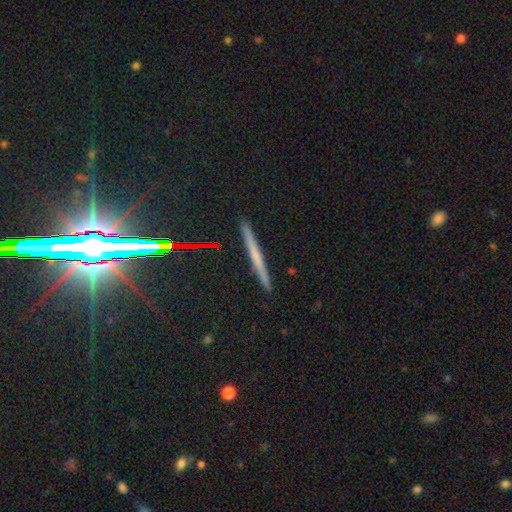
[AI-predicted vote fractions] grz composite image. It shows a featured or disk galaxy (43%). Merging: none (91%).